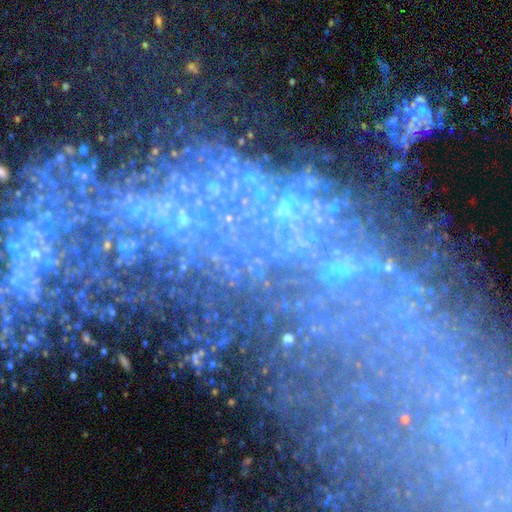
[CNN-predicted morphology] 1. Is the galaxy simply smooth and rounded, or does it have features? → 55% star or artifact, 31% featured or disk, 14% smooth.